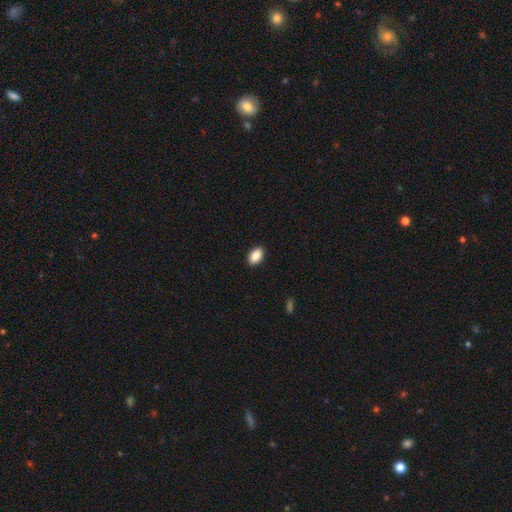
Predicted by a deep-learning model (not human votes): Smooth or featured? Predicted: smooth (p=0.89). How rounded? Predicted: in between (p=0.90). Merging? Predicted: none (p=0.90).